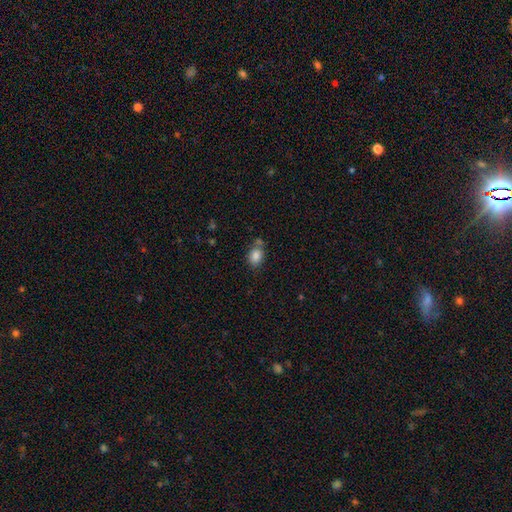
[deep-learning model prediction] smooth_or_featured: smooth (p=0.85) [alt: star or artifact p=0.09]
how_rounded: in between (p=0.71) [alt: round p=0.27]
merging: none (p=0.65) [alt: minor disturbance p=0.17]